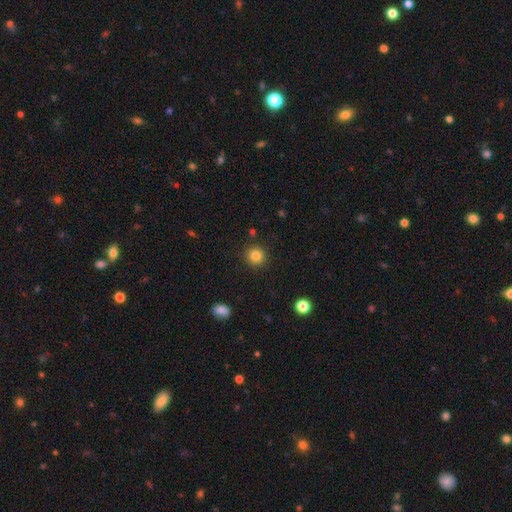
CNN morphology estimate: smooth-or-featured: smooth: 84% | star or artifact: 11% | featured or disk: 5%
  how-rounded: round: 92% | in between: 7% | cigar-shaped: 1%
  merging: none: 90% | minor disturbance: 6% | major disturbance: 2% | merger: 2%